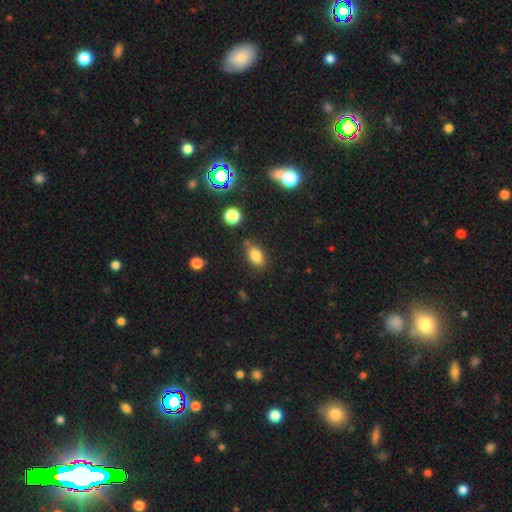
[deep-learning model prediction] The model was most divided on "merging": none: 77%, minor disturbance: 14%, merger: 6%, major disturbance: 4%. More confident: how rounded — in between (84%); smooth or featured — smooth (82%).